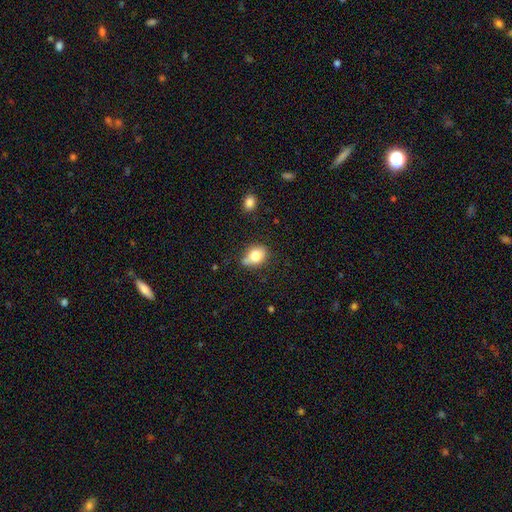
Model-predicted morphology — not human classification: smooth-or-featured: smooth: 78% | featured or disk: 12% | star or artifact: 9%
  how-rounded: in between: 58% | round: 40% | cigar-shaped: 2%
  merging: none: 53% | minor disturbance: 28% | merger: 12% | major disturbance: 7%